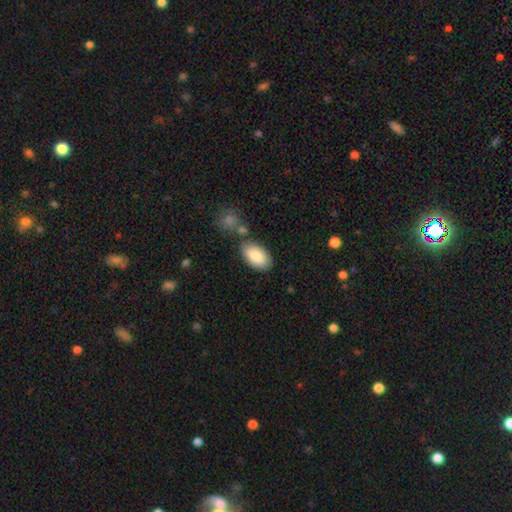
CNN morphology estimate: Overall: smooth (86%). How rounded: in between (95%). Merging: none (74%).